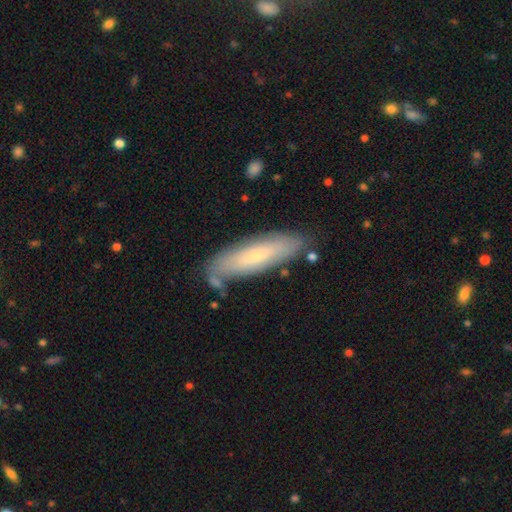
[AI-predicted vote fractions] A smooth galaxy with no disk features (59%) that is cigar-shaped (63%). Merging: none (77%).